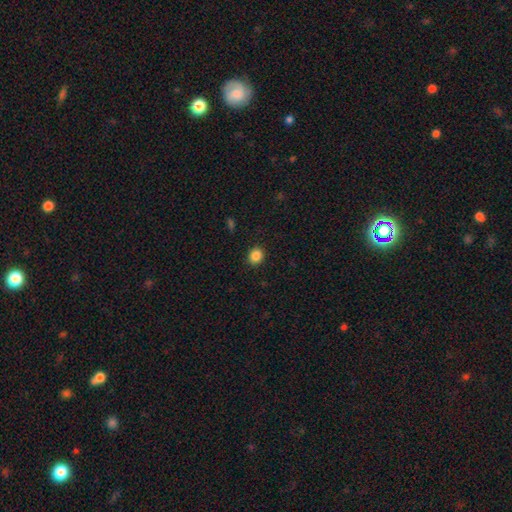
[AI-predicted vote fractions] smooth 86%, star or artifact 10%, featured or disk 4%. Down the decision tree: how rounded — round (68%); merging — none (90%).